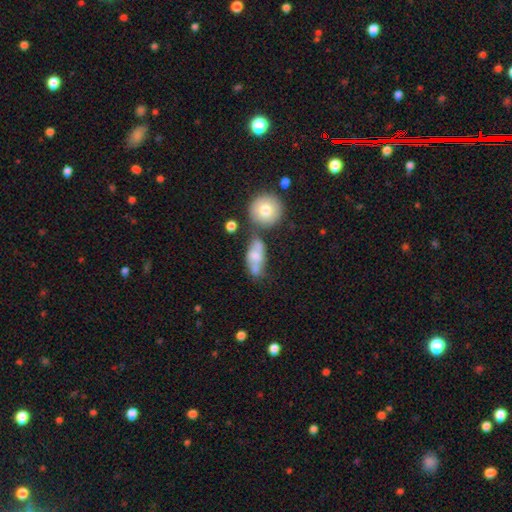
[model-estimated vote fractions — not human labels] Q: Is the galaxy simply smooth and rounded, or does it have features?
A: smooth — 58%.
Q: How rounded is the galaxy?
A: in between — 79%.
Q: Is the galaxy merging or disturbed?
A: none — 34%.